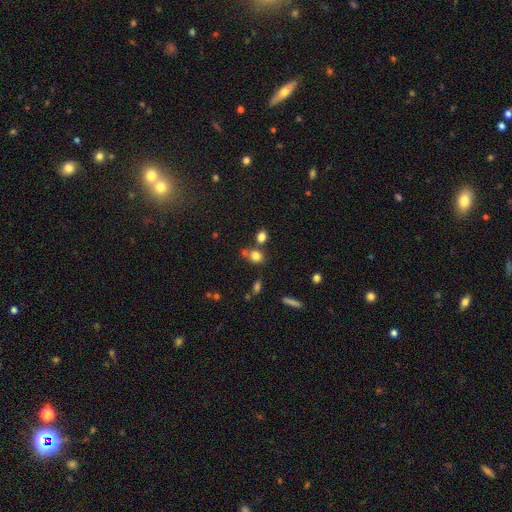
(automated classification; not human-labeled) Morphology: type=smooth (78%); roundness=round (61%); merging=none (58%).